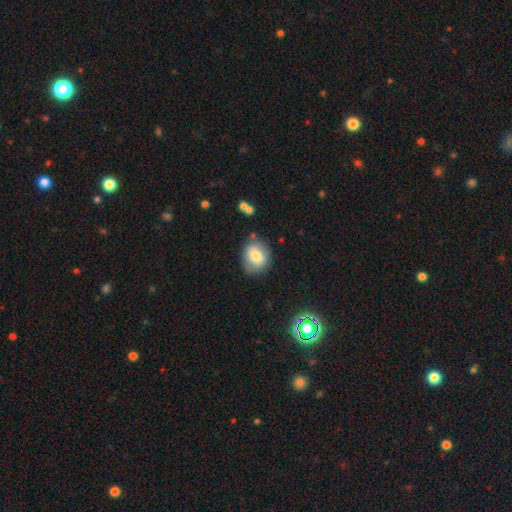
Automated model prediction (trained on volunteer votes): Overall: smooth (76%). How rounded: round (52%; in between 47%). Merging: none (76%).